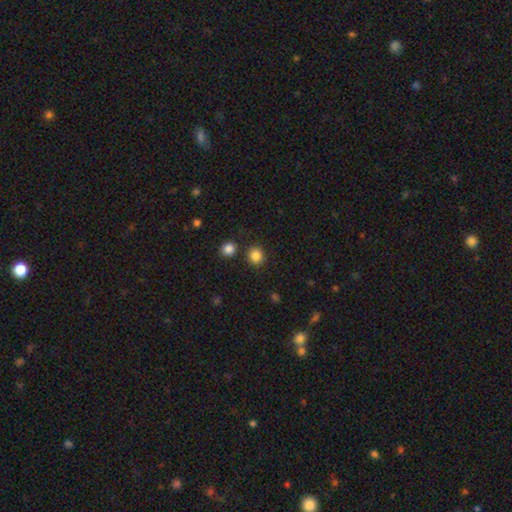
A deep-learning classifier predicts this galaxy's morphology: Smooth or featured? Predicted: smooth (p=0.85). How rounded? Predicted: round (p=0.85). Merging? Predicted: none (p=0.85).